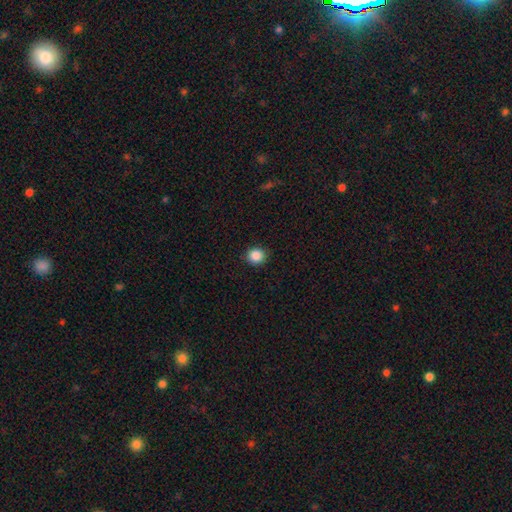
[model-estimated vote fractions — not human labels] smooth 87%, star or artifact 10%, featured or disk 3%. Down the decision tree: how rounded — round (89%); merging — none (91%).